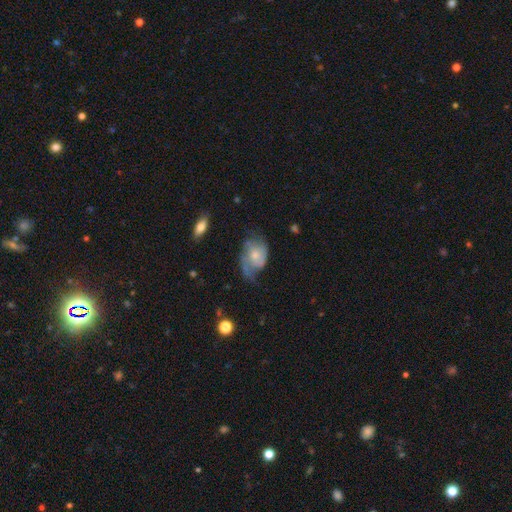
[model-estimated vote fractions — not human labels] featured or disk 62%, smooth 31%, star or artifact 7%. Down the decision tree: edge-on disk — no (96%); bar — no (77%); spiral arms — yes (80%); bulge size — moderate (46%); merging — none (39%).